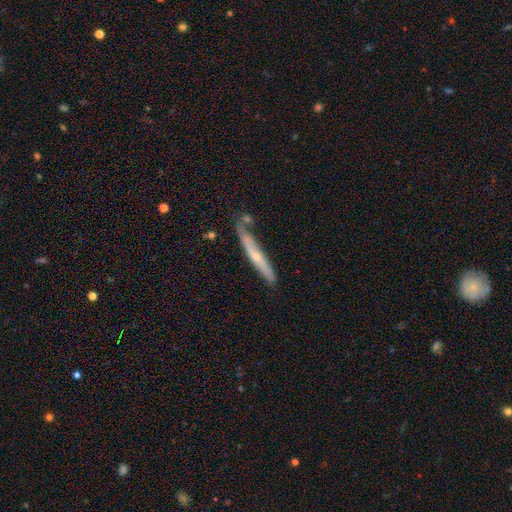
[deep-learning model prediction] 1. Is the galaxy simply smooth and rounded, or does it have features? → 53% featured or disk, 40% smooth, 7% star or artifact.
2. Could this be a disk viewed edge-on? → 87% yes, 13% no.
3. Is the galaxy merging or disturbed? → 70% none, 18% minor disturbance, 8% merger, 4% major disturbance.